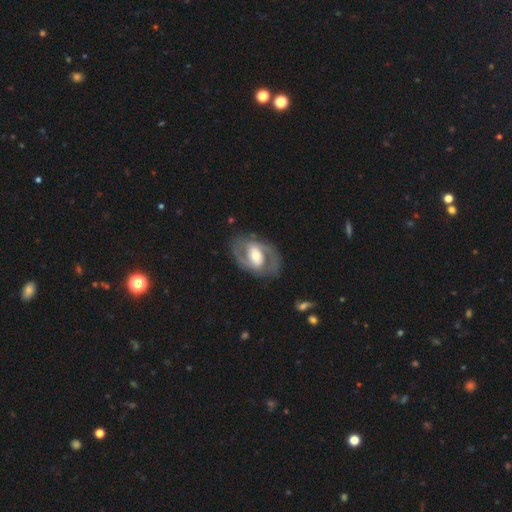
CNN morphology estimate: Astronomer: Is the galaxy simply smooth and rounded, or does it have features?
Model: featured or disk — 81%.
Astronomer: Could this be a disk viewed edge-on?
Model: no — 96%.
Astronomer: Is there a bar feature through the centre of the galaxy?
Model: weak — 38% (runner-up: no, 32%).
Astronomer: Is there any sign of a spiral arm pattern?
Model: yes — 81%.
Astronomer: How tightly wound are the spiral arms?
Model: medium — 52% (runner-up: tight, 30%).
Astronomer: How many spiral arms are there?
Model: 2 — 87%.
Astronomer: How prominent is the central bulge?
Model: moderate — 65%.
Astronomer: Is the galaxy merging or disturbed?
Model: none — 78%.